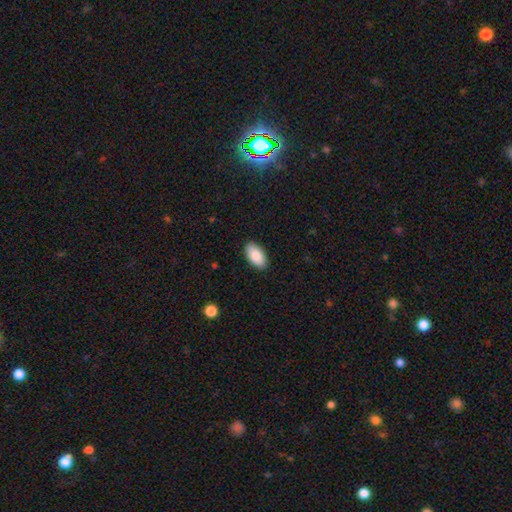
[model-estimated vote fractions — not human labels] Morphology: type=smooth (88%); roundness=in between (95%); merging=none (90%).